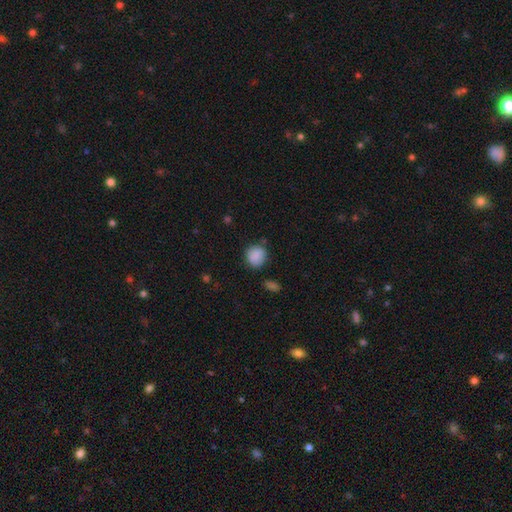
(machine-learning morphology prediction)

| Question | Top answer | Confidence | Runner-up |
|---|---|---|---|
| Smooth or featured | smooth | 87% | star or artifact (8%) |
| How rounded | round | 78% | in between (21%) |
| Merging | none | 77% | minor disturbance (16%) |